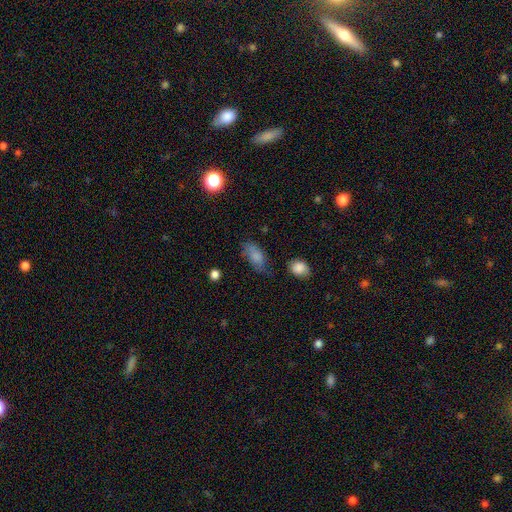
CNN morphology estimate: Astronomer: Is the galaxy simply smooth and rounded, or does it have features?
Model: smooth — 79%.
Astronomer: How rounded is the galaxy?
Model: in between — 89%.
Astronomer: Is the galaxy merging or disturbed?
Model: none — 55% (runner-up: minor disturbance, 30%).